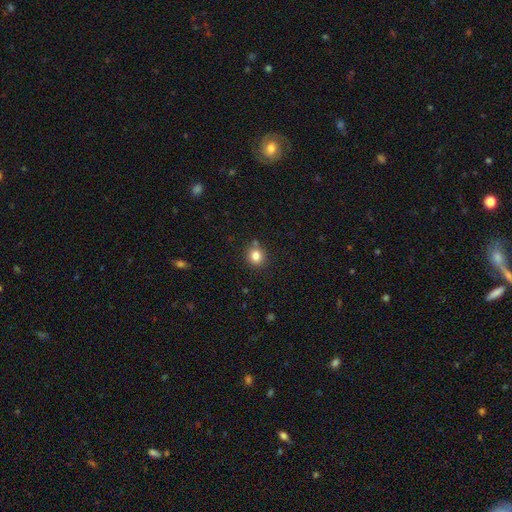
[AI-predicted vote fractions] The model was most divided on "how rounded": round: 84%, in between: 15%, cigar-shaped: 1%. More confident: merging — none (82%); smooth or featured — smooth (82%).